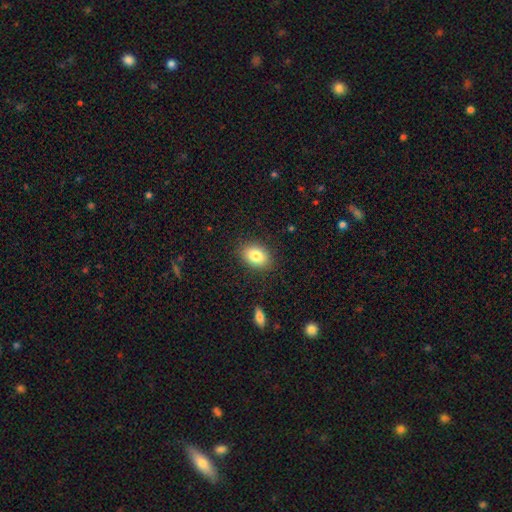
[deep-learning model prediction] A smooth galaxy with no disk features (83%) that is in between round and cigar-shaped (72%). Merging: none (87%).